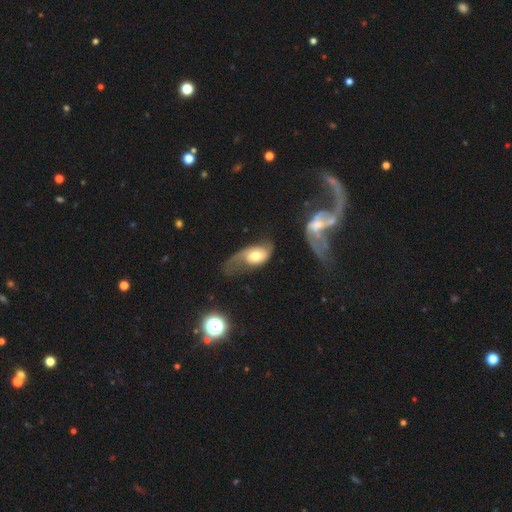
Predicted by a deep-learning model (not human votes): Morphology: type=featured or disk (59%); edge-on=no (94%); bar=no (71%); spiral arms=yes (80%); bulge=moderate (64%); merging=major disturbance (40%).